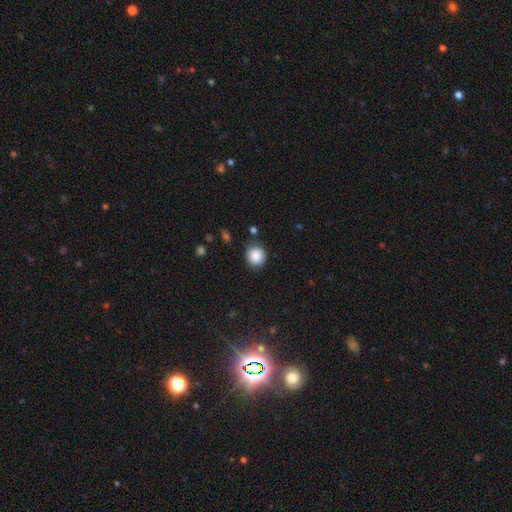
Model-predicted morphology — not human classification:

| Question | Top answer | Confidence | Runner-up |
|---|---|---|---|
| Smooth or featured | smooth | 87% | star or artifact (9%) |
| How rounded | round | 86% | in between (14%) |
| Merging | none | 84% | minor disturbance (11%) |